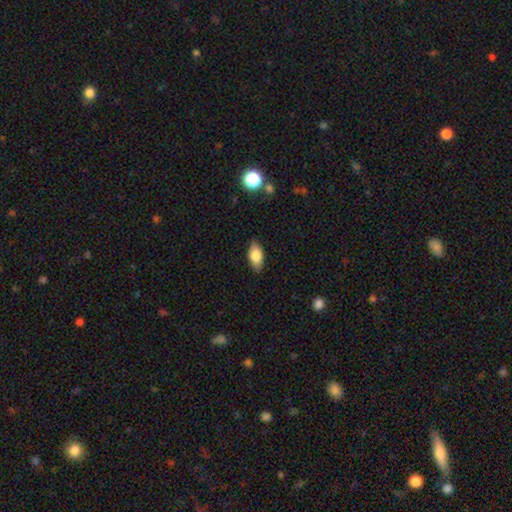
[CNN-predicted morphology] smooth_or_featured: smooth (p=0.76) [alt: featured or disk p=0.16]
how_rounded: in between (p=0.88) [alt: cigar-shaped p=0.08]
merging: none (p=0.85) [alt: minor disturbance p=0.12]